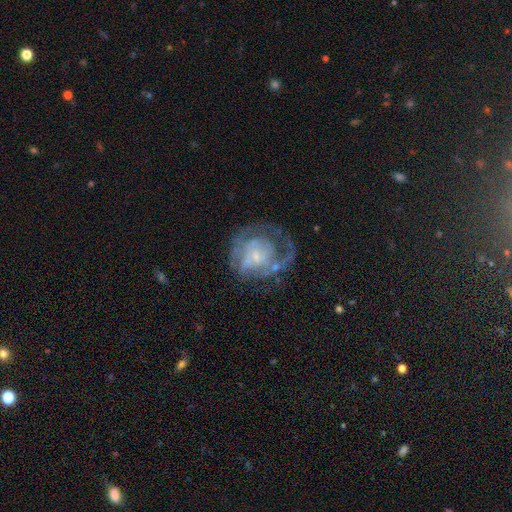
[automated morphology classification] A featured or disk galaxy (72%) with no bar (69%), spiral arms (67%) and a small central bulge (62%). Merging: none (45%).